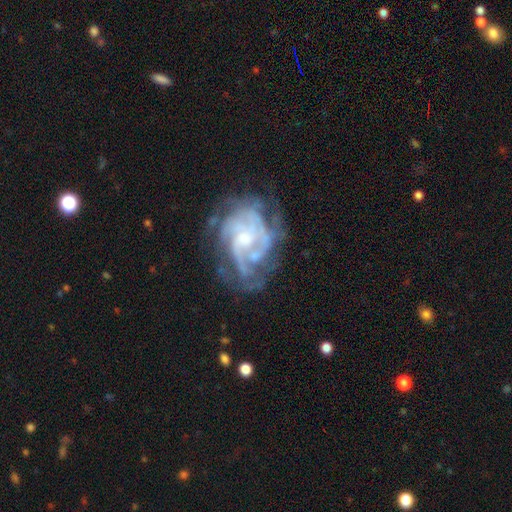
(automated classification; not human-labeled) Smooth or featured? featured or disk (84%)
Edge-on disk? no (98%)
Bar? no (62%)
Spiral arms? yes (89%)
Spiral winding? tight (51%)
Spiral arm count? can't tell (37%)
Bulge size? small (43%)
Merging? none (54%)